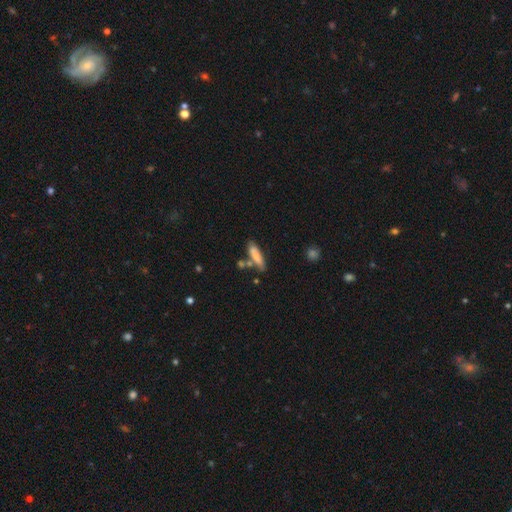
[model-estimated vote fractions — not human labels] Smooth or featured?
  - smooth: 79% *
  - featured or disk: 15%
  - star or artifact: 7%
How rounded?
  - cigar-shaped: 69% *
  - in between: 29%
  - round: 2%
Merging?
  - none: 63% *
  - minor disturbance: 19%
  - merger: 14%
  - major disturbance: 5%